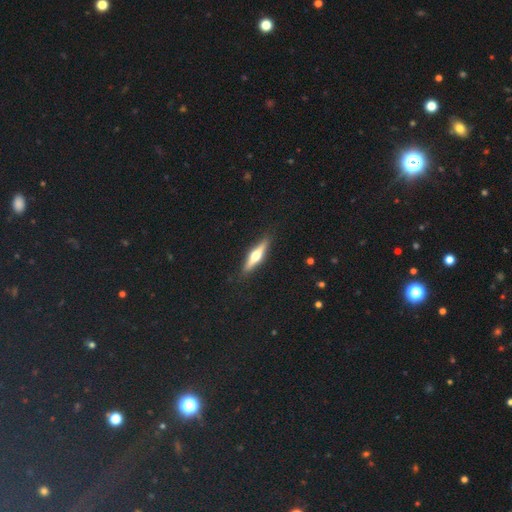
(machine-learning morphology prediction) type=featured or disk (66%); edge-on=yes (96%); edge-on bulge=rounded (95%); merging=none (90%).